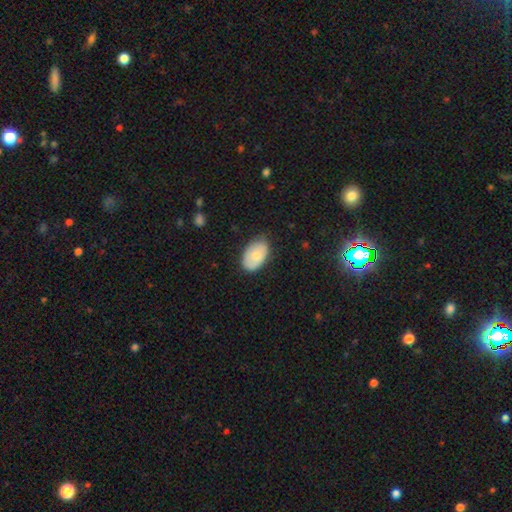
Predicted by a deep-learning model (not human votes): Smooth or featured? Predicted: smooth (p=0.74). How rounded? Predicted: in between (p=0.92). Merging? Predicted: none (p=0.74).